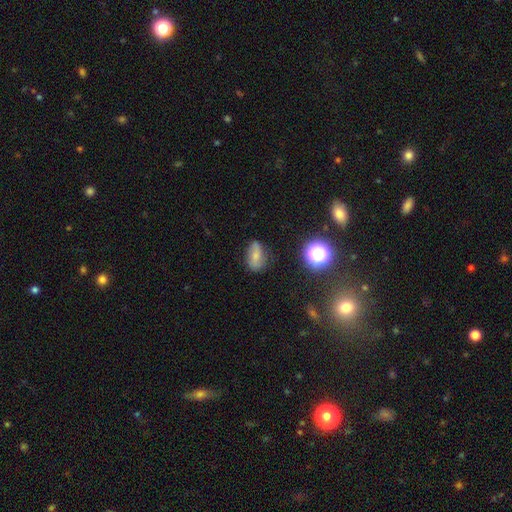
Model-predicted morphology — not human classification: type=smooth (62%); roundness=in between (82%); merging=none (68%).